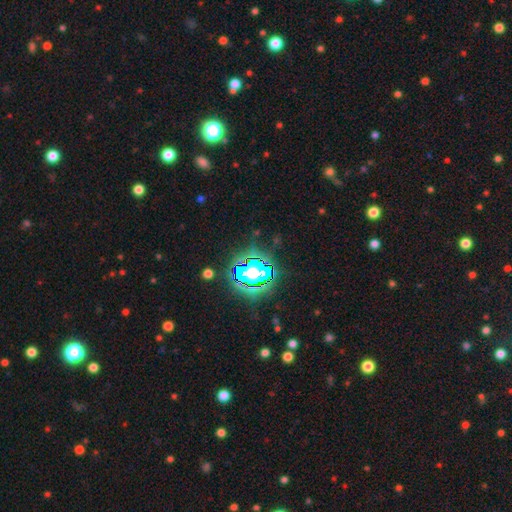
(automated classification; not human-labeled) Smooth or featured?
  - star or artifact: 75% *
  - smooth: 14%
  - featured or disk: 10%